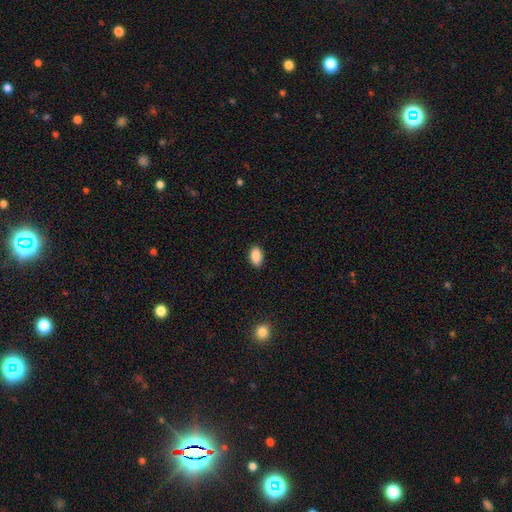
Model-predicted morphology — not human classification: smooth-or-featured: smooth: 90% | star or artifact: 7% | featured or disk: 3%
  how-rounded: in between: 92% | round: 6% | cigar-shaped: 2%
  merging: none: 89% | minor disturbance: 8% | major disturbance: 2% | merger: 1%